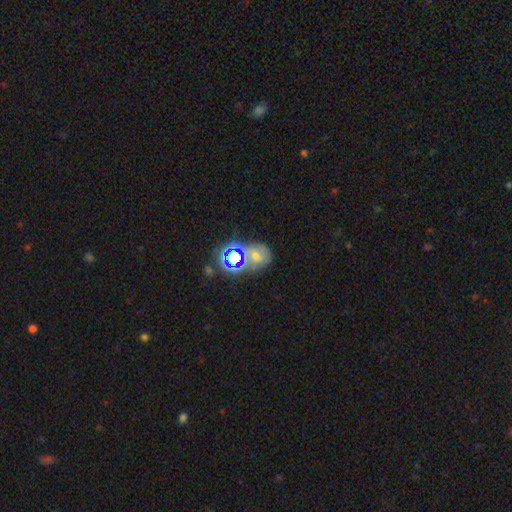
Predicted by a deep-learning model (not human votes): This is marginally a star or artifact rather than a galaxy (36%, tied with smooth).